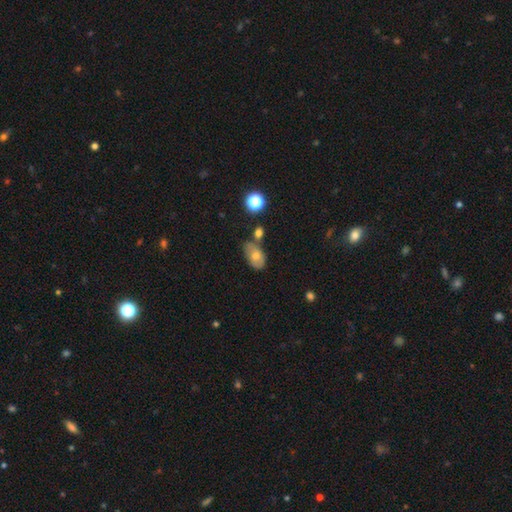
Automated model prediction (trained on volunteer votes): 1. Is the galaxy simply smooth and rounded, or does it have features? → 67% smooth, 23% featured or disk, 10% star or artifact.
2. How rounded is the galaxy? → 87% in between, 11% round, 2% cigar-shaped.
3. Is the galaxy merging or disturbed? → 47% none, 24% minor disturbance, 21% merger, 7% major disturbance.